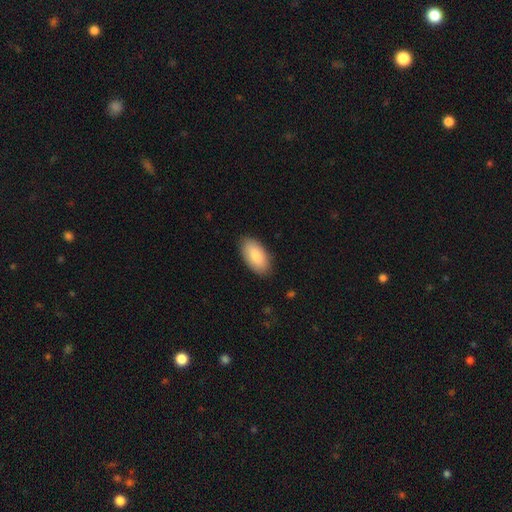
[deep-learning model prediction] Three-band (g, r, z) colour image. It shows a smooth galaxy with no disk features (82%) that is in between round and cigar-shaped (95%). Merging: none (87%).